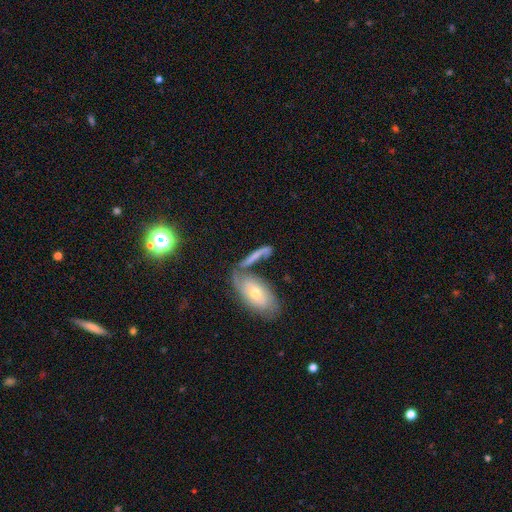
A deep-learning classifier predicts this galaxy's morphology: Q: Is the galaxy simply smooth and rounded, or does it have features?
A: smooth — 51%.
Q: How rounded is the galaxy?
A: cigar-shaped — 47%, tied with in between.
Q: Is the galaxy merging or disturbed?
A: none — 38%, tied with merger.